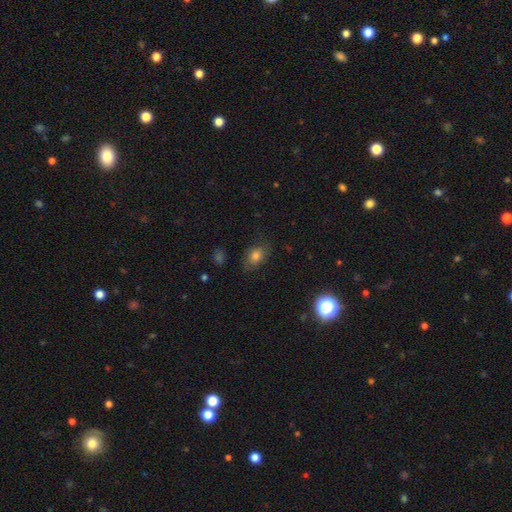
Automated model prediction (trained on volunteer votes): Smooth or featured: smooth — 72% (star or artifact — 15%)
How rounded: in between — 72% (round — 27%)
Merging: none — 72% (minor disturbance — 20%)